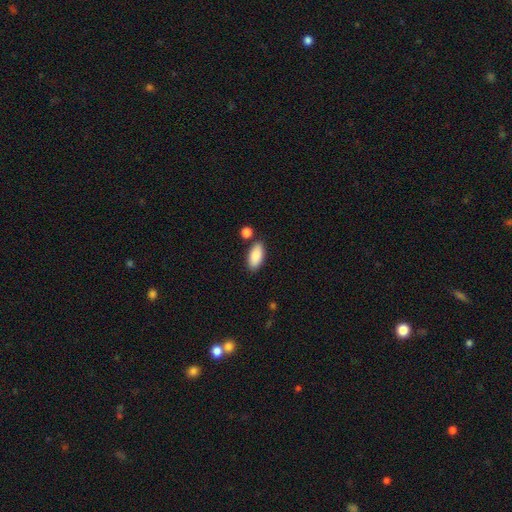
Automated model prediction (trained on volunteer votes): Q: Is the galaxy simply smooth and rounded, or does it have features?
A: smooth — 89%.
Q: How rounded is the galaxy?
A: in between — 89%.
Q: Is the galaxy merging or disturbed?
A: none — 78%.